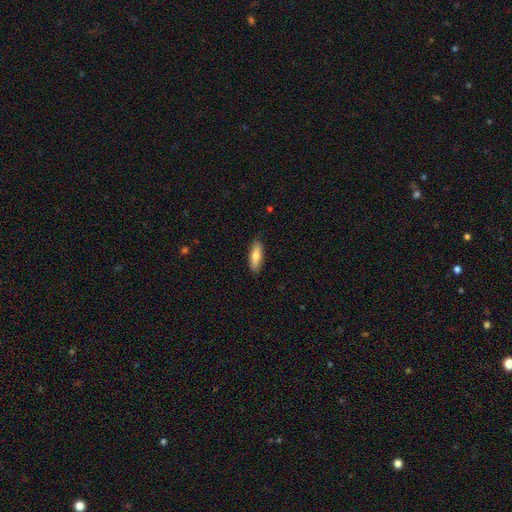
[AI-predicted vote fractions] Overall: smooth (75%). How rounded: in between (54%; cigar-shaped 44%). Merging: none (88%).